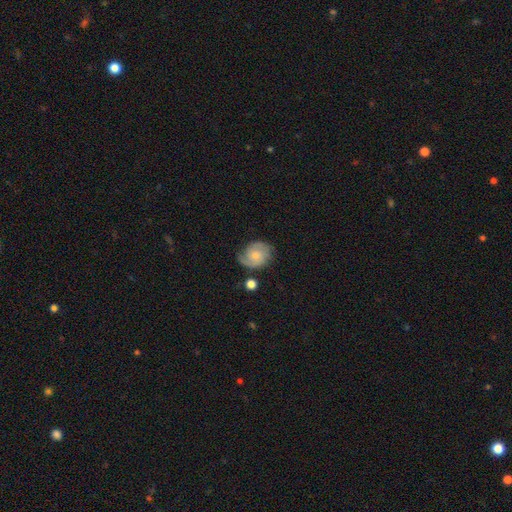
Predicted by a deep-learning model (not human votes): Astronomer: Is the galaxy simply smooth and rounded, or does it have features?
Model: featured or disk — 72%.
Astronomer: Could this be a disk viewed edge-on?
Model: no — 98%.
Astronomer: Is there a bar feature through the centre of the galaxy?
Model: no — 68%.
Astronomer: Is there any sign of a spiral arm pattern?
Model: yes — 94%.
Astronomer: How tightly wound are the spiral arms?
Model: tight — 45% (runner-up: medium, 41%).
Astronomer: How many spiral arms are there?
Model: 2 — 73%.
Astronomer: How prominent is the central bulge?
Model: small — 48% (runner-up: moderate, 39%).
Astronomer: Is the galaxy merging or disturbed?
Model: none — 68%.